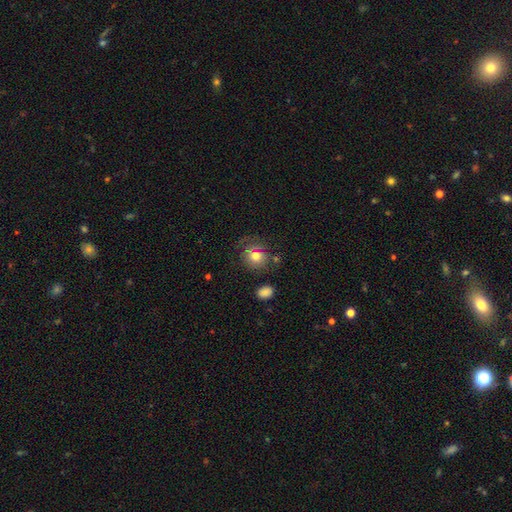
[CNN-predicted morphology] smooth_or_featured: smooth (p=0.69) [alt: featured or disk p=0.18]
how_rounded: round (p=0.82) [alt: in between p=0.17]
merging: none (p=0.67) [alt: minor disturbance p=0.18]